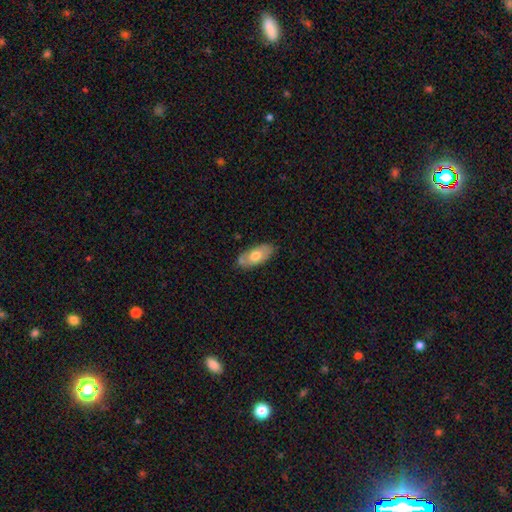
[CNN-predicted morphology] smooth 57%, featured or disk 38%, star or artifact 5%. Down the decision tree: how rounded — in between (91%); merging — none (80%).